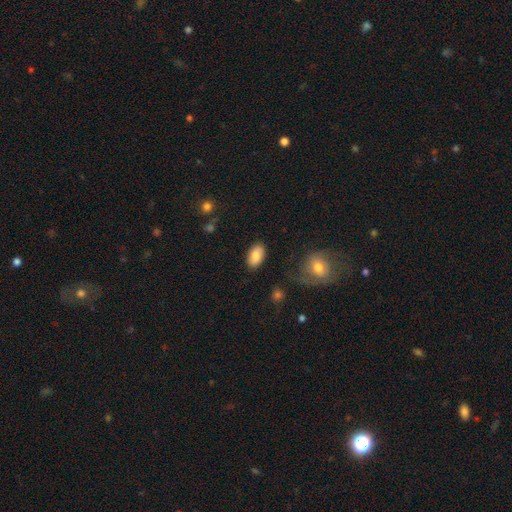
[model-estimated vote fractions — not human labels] This appears to be a smooth galaxy with no disk features (84%) that is in between round and cigar-shaped (94%). Merging: none (86%).